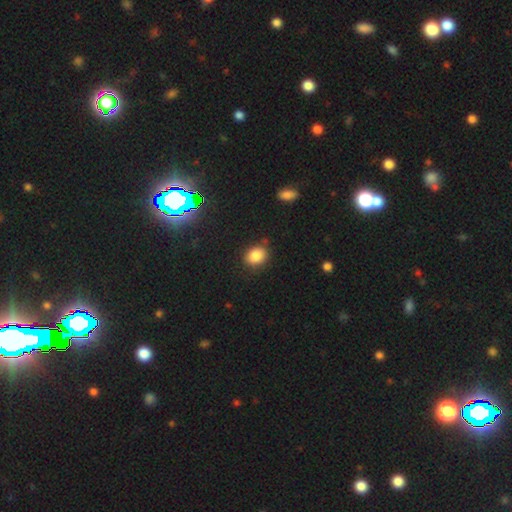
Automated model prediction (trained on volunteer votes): This is clearly a smooth galaxy (83%). How rounded: possibly round (52%). Merging: clearly none (81%).